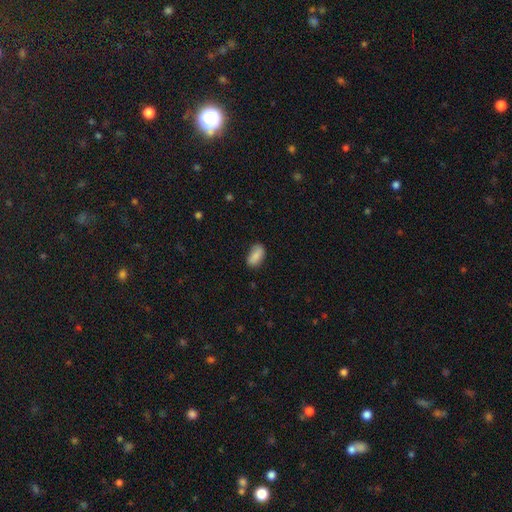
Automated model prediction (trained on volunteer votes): Overall: smooth (86%). How rounded: in between (91%). Merging: none (77%).